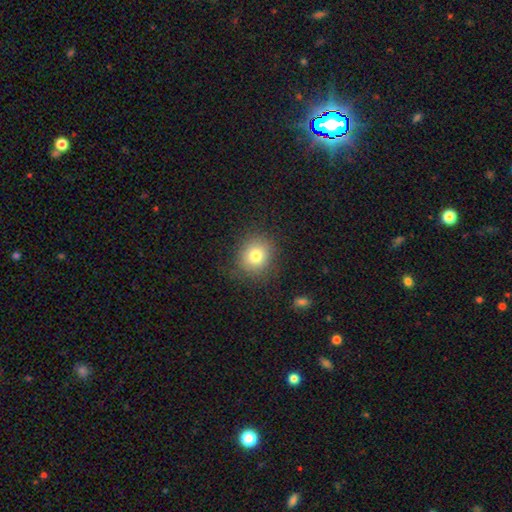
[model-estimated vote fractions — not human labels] Smooth or featured? Predicted: smooth (p=0.78). How rounded? Predicted: round (p=0.81). Merging? Predicted: none (p=0.84).